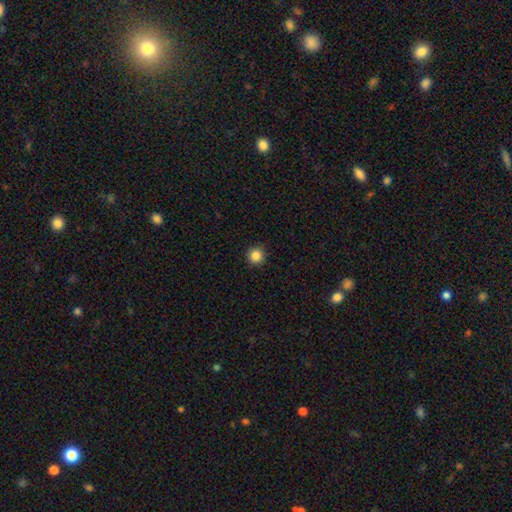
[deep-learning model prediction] Smooth or featured? smooth (85%)
How rounded? round (96%)
Merging? none (92%)